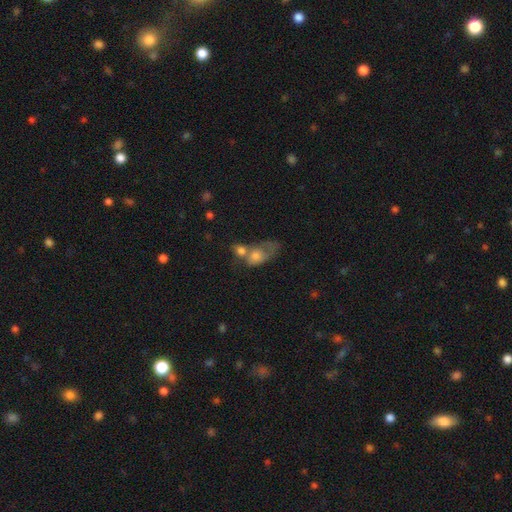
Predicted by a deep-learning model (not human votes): A smooth galaxy with no disk features (66%) that is in between round and cigar-shaped (70%).

Vote fractions:
- Smooth or featured? smooth: 66% / featured or disk: 24% / star or artifact: 10%
- How rounded? in between: 70% / round: 27% / cigar-shaped: 3%
- Merging? merger: 55% / major disturbance: 18% / none: 16% / minor disturbance: 12%